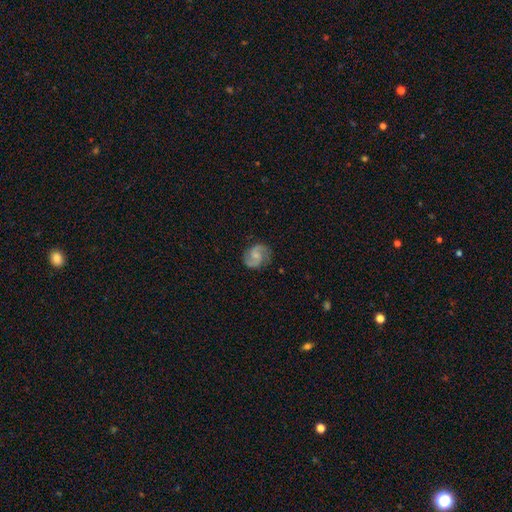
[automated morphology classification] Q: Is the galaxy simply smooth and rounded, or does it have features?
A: featured or disk — 82%.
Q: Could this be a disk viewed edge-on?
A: no — 98%.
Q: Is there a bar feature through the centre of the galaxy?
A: no — 49%.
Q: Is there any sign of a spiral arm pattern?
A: yes — 97%.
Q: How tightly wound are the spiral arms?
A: medium — 56%.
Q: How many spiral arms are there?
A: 2 — 92%.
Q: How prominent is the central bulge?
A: small — 42%.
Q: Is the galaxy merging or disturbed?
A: none — 82%.